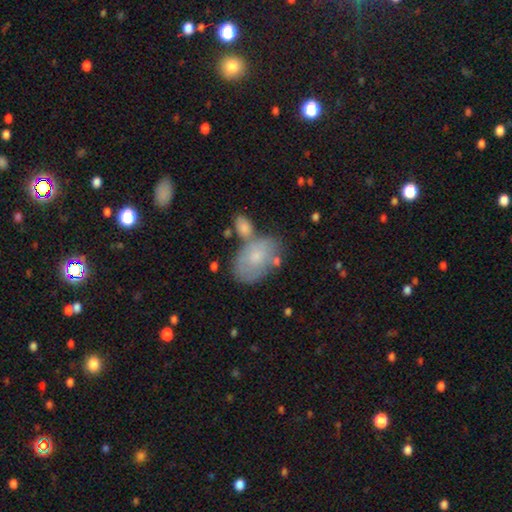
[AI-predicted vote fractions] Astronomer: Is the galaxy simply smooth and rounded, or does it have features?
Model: smooth — 58% (runner-up: featured or disk, 35%).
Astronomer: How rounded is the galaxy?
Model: in between — 88%.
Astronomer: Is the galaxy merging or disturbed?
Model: none — 47% (runner-up: merger, 23%).